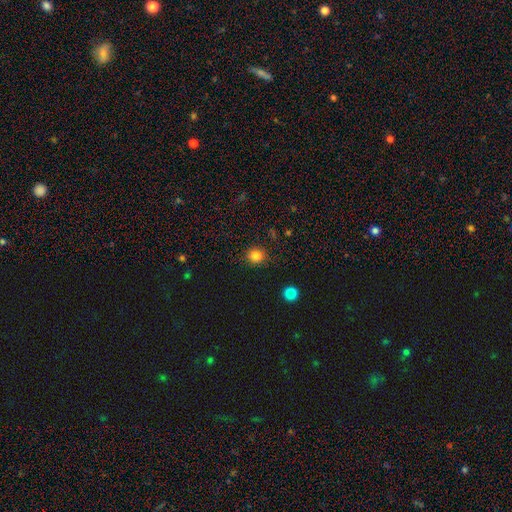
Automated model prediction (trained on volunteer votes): A smooth galaxy with no disk features (83%) that is round (89%).

Vote fractions:
- Smooth or featured? smooth: 83% / star or artifact: 12% / featured or disk: 4%
- How rounded? round: 89% / in between: 10% / cigar-shaped: 1%
- Merging? none: 89% / minor disturbance: 7% / major disturbance: 2% / merger: 1%